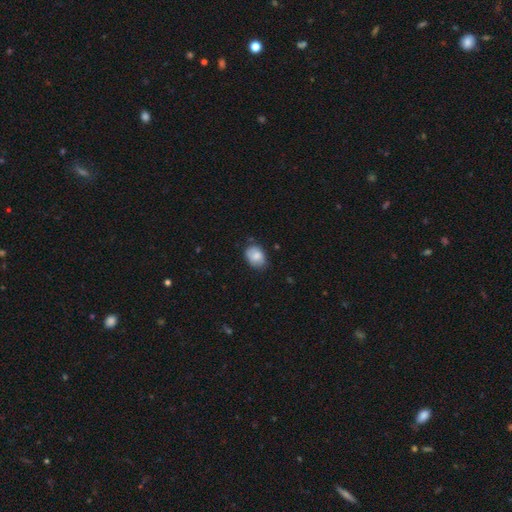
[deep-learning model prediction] Smooth or featured? smooth (79%)
How rounded? in between (74%)
Merging? none (69%)